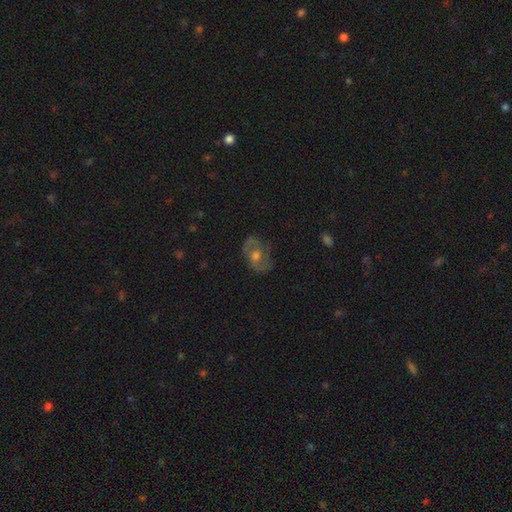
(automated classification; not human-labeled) smooth-or-featured: featured or disk: 64% | smooth: 25% | star or artifact: 10%
  disk-edge-on: no: 95% | yes: 5%
    bar: no: 63% | weak: 30% | strong: 7%
    has-spiral-arms: yes: 68% | no: 32%
    bulge-size: moderate: 66% | small: 20% | large: 10% | none: 3% | dominant: 1%
  merging: none: 73% | minor disturbance: 18% | major disturbance: 8% | merger: 1%